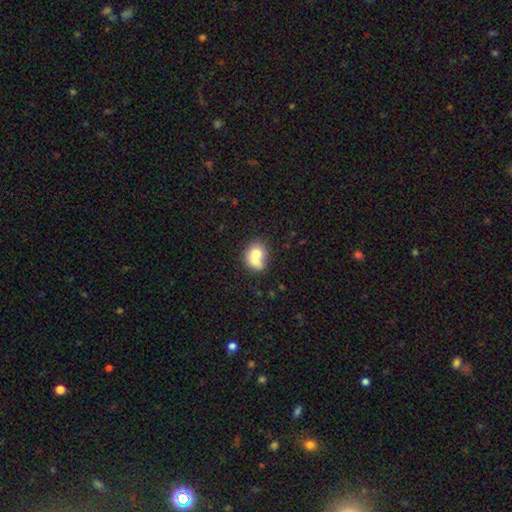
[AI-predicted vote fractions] Morphology: type=smooth (70%); roundness=round (51%); merging=merger (49%).